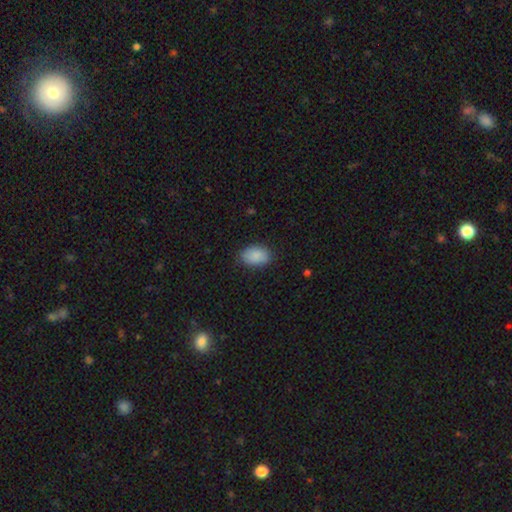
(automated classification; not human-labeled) The model was most divided on "merging": none: 84%, minor disturbance: 12%, major disturbance: 3%, merger: 1%. More confident: smooth or featured — smooth (88%); how rounded — in between (87%).